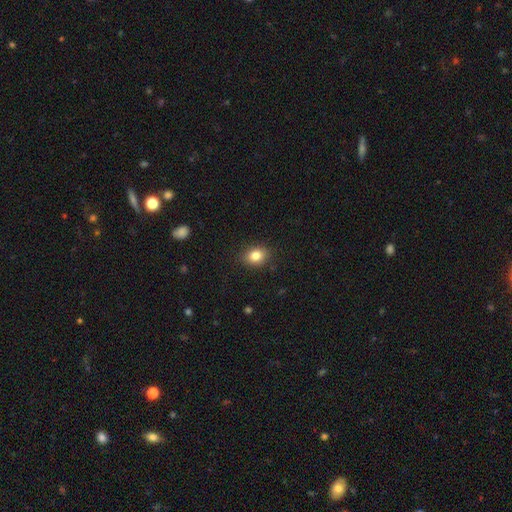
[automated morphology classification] smooth 83%, star or artifact 10%, featured or disk 7%. Down the decision tree: how rounded — in between (61%); merging — none (88%).